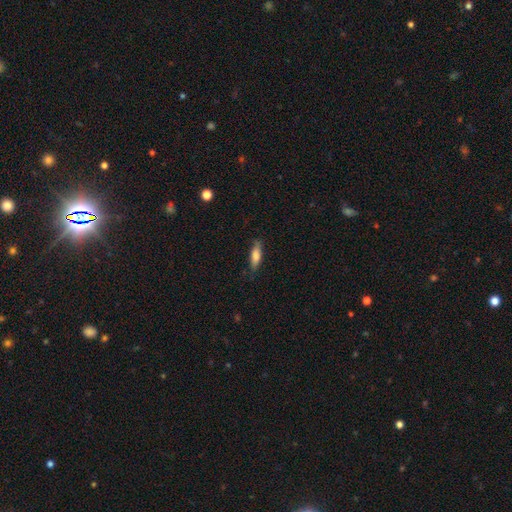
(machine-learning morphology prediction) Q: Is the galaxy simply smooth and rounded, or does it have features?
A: smooth — 74%.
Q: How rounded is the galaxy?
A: cigar-shaped — 54%.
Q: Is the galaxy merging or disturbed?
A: none — 79%.